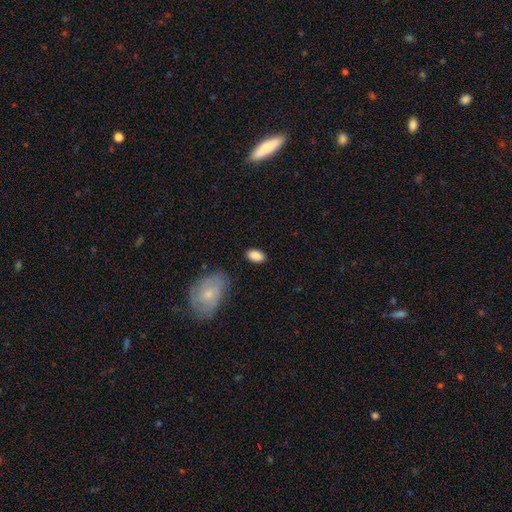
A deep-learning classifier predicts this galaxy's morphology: type=smooth (86%); roundness=in between (91%); merging=none (83%).